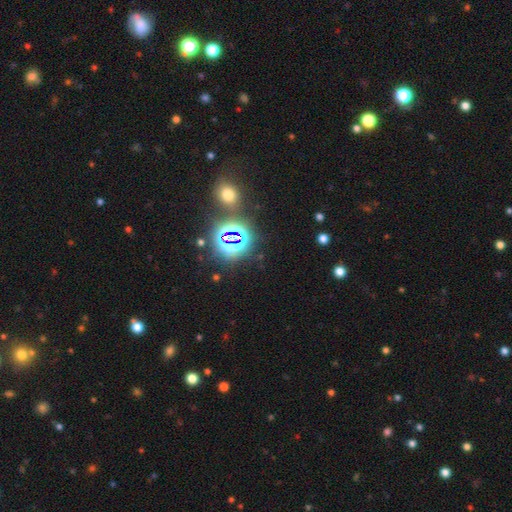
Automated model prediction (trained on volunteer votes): The model was most divided on "smooth or featured": star or artifact: 79%, smooth: 13%, featured or disk: 8%.